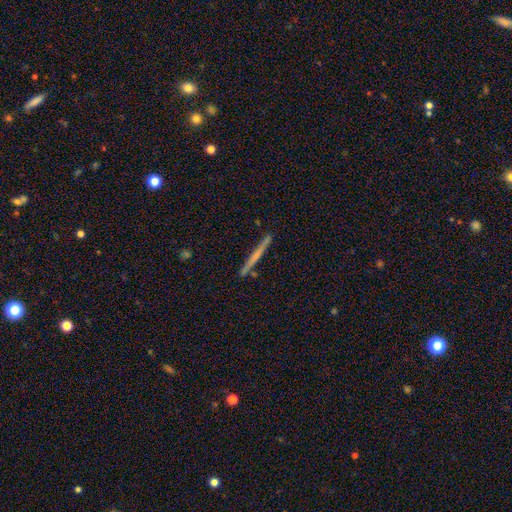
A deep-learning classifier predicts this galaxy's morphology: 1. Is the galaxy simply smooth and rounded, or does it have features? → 57% featured or disk, 37% smooth, 6% star or artifact.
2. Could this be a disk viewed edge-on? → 98% yes, 2% no.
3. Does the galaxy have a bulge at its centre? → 62% none, 31% rounded, 7% boxy.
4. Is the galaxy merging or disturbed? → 90% none, 7% minor disturbance, 2% merger, 1% major disturbance.